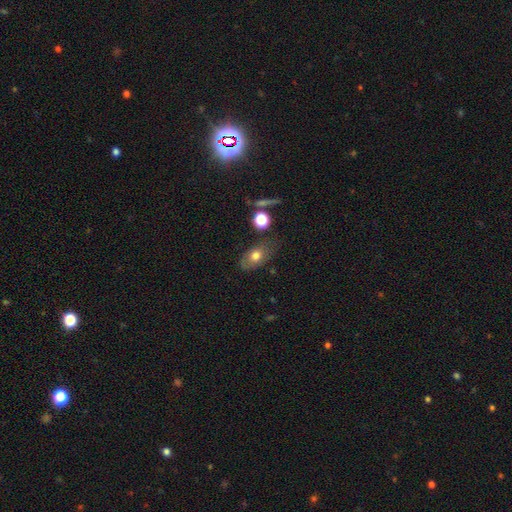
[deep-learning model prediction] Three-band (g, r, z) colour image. It shows a smooth galaxy with no disk features (67%) that is in between round and cigar-shaped (83%). Merging: none (62%).